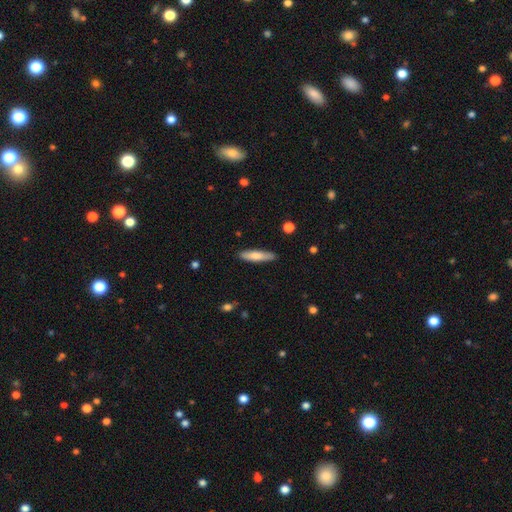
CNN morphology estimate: Smooth or featured? Predicted: smooth (p=0.73). How rounded? Predicted: cigar-shaped (p=0.78). Merging? Predicted: none (p=0.87).